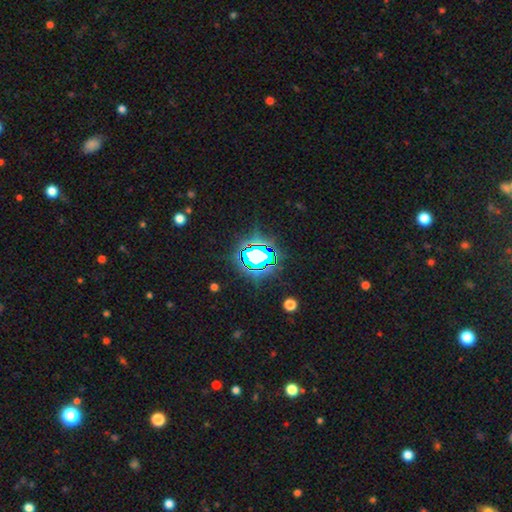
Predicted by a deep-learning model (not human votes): The model was most divided on "smooth or featured": star or artifact: 72%, smooth: 16%, featured or disk: 13%.